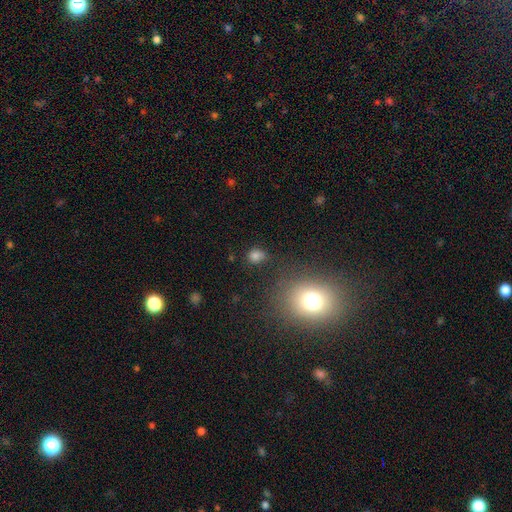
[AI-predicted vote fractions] This is likely a smooth galaxy (76%). How rounded: likely round (63%). Merging: likely none (73%).